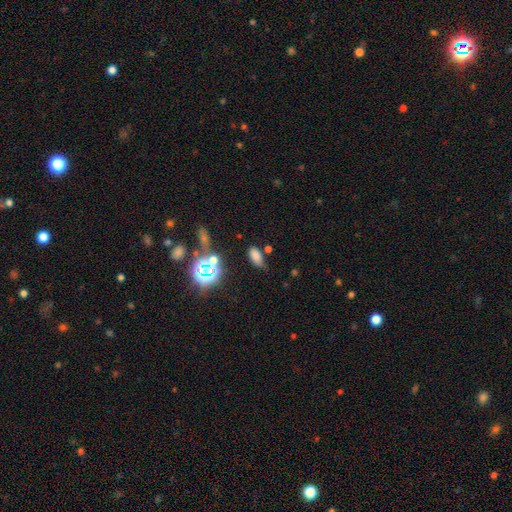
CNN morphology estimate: A smooth galaxy with no disk features (69%) that is in between round and cigar-shaped (89%). Merging: none (64%).